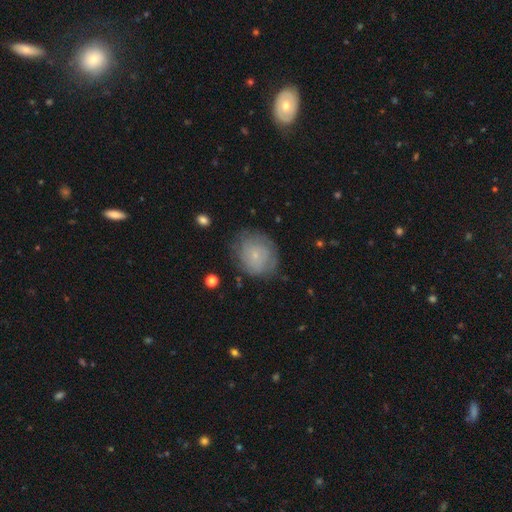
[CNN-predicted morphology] Smooth or featured?
  - smooth: 54% *
  - featured or disk: 37%
  - star or artifact: 9%
How rounded?
  - round: 71% *
  - in between: 28%
  - cigar-shaped: 1%
Merging?
  - none: 69% *
  - minor disturbance: 21%
  - major disturbance: 9%
  - merger: 2%